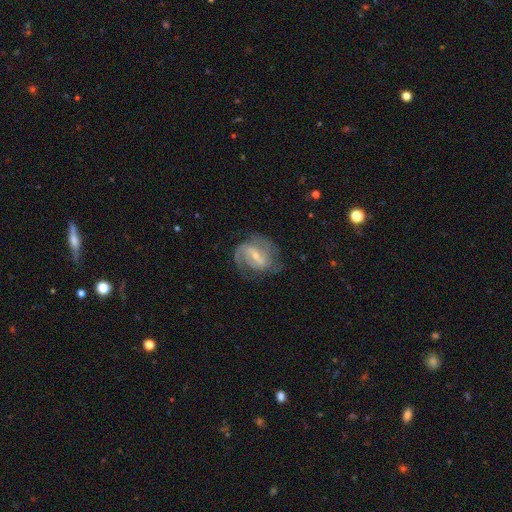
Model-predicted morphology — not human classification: featured or disk 84%, smooth 11%, star or artifact 5%. Down the decision tree: edge-on disk — no (97%); bar — weak (45%); spiral arms — yes (93%); spiral arm count — 2 (62%); spiral winding — medium (47%); bulge size — small (54%); merging — none (62%).